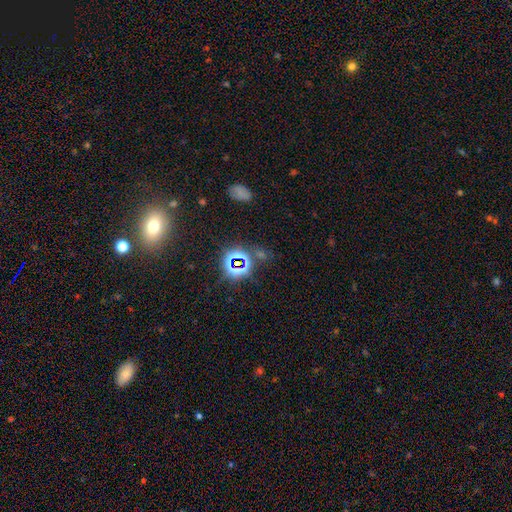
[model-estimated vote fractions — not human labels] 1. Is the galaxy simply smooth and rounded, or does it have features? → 67% star or artifact, 22% smooth, 12% featured or disk.